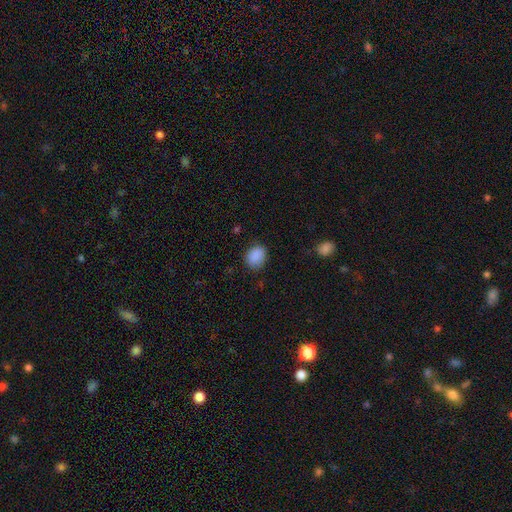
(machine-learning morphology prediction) Overall: smooth (88%). How rounded: in between (52%; round 47%). Merging: none (81%).